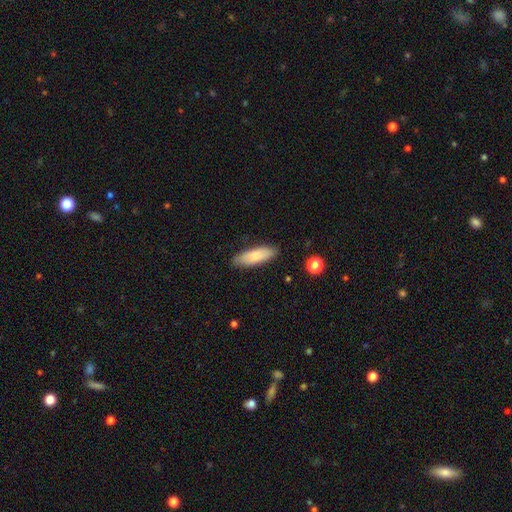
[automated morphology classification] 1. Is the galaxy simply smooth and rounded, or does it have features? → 80% smooth, 14% featured or disk, 6% star or artifact.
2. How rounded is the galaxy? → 52% in between, 47% cigar-shaped, 2% round.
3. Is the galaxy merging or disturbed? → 85% none, 12% minor disturbance, 2% major disturbance, 1% merger.